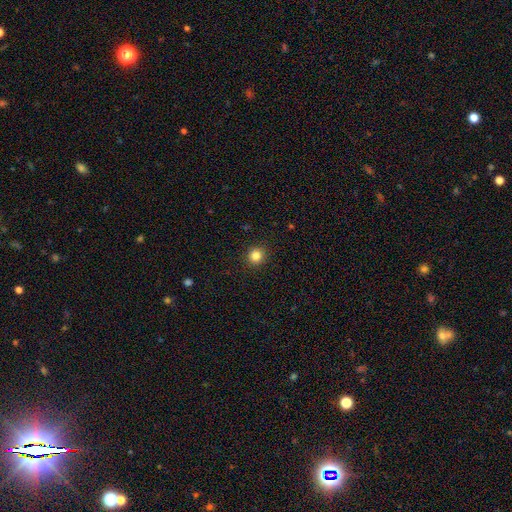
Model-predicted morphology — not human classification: A smooth galaxy with no disk features (83%) that is round (92%). Merging: none (92%).